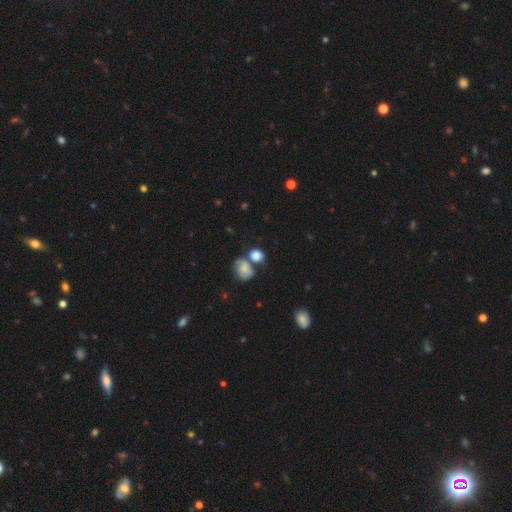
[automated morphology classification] The model was most divided on "merging": none: 43%, merger: 36%, minor disturbance: 14%, major disturbance: 7%. More confident: smooth or featured — smooth (78%); how rounded — round (69%).